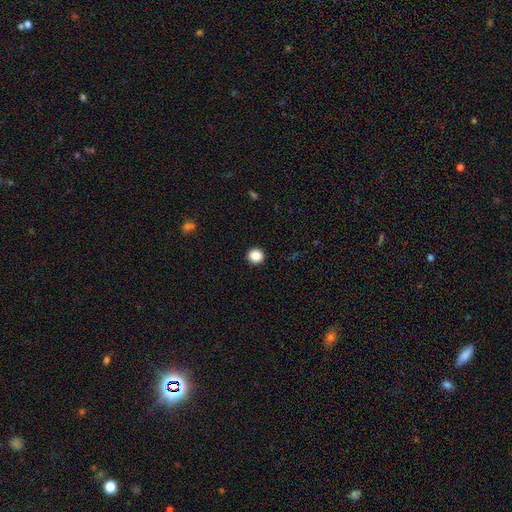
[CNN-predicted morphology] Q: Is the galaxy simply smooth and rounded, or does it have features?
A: smooth — 87%.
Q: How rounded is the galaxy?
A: round — 93%.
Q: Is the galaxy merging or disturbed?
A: none — 93%.